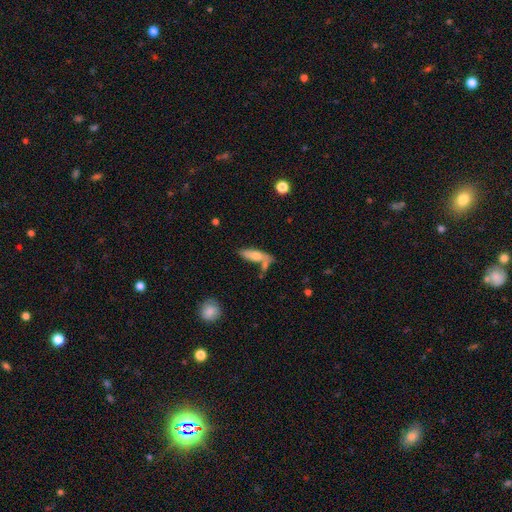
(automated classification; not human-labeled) Smooth or featured? Predicted: smooth (p=0.67). How rounded? Predicted: cigar-shaped (p=0.50). Merging? Predicted: none (p=0.53).